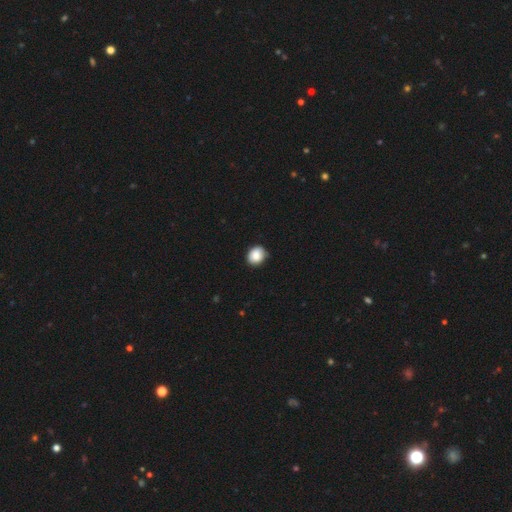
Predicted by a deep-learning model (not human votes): smooth_or_featured: smooth (p=0.84) [alt: star or artifact p=0.08]
how_rounded: round (p=0.68) [alt: in between p=0.31]
merging: none (p=0.79) [alt: minor disturbance p=0.17]